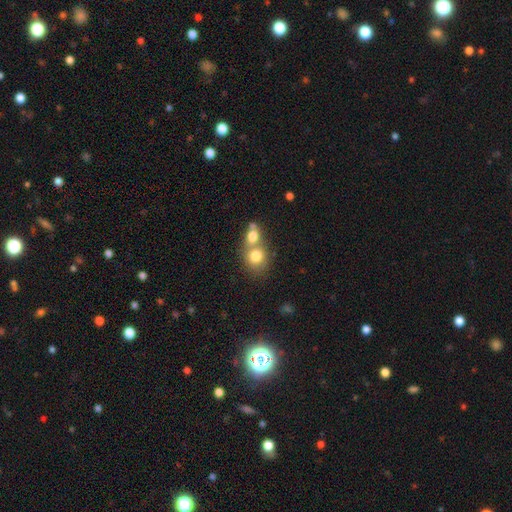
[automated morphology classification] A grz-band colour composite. It shows a smooth galaxy with no disk features (77%) that is round (68%). Merging: merger (59%).